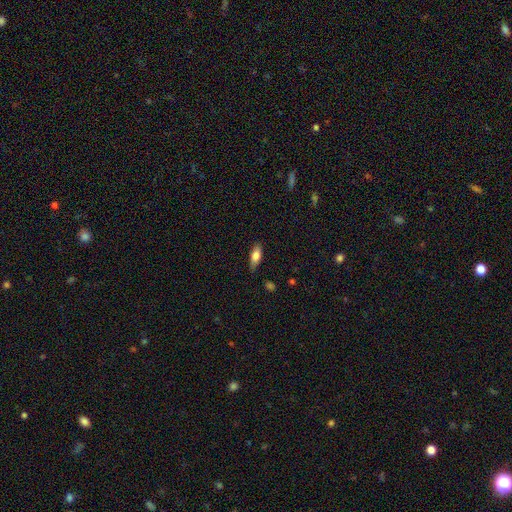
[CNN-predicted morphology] This appears to be a smooth galaxy with no disk features (72%) that is in between round and cigar-shaped (71%). Merging: none (79%).